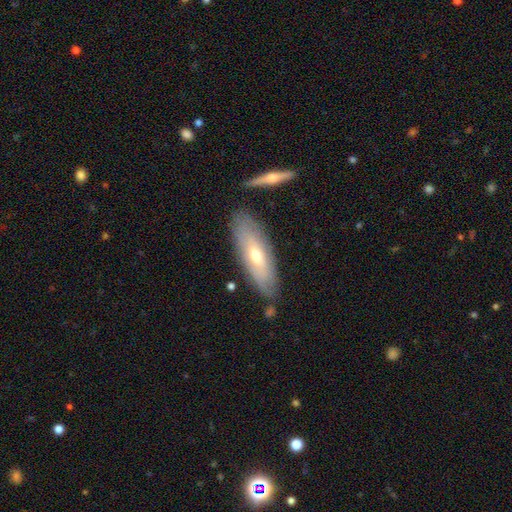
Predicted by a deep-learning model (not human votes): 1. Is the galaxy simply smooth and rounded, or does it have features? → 51% smooth, 43% featured or disk, 6% star or artifact.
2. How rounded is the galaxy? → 60% in between, 38% cigar-shaped, 2% round.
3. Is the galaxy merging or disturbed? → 79% none, 14% minor disturbance, 4% merger, 3% major disturbance.